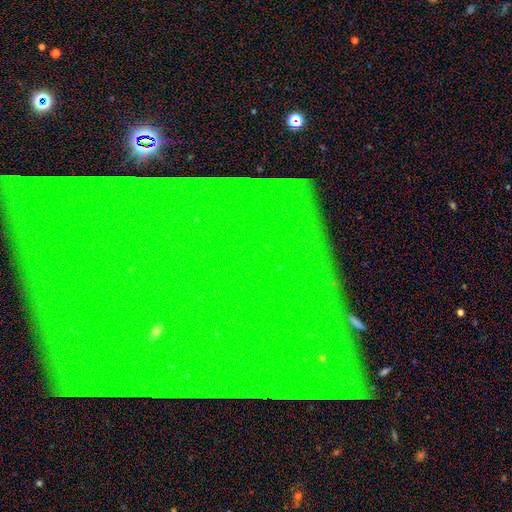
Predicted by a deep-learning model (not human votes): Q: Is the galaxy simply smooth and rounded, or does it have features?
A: star or artifact — 84%.